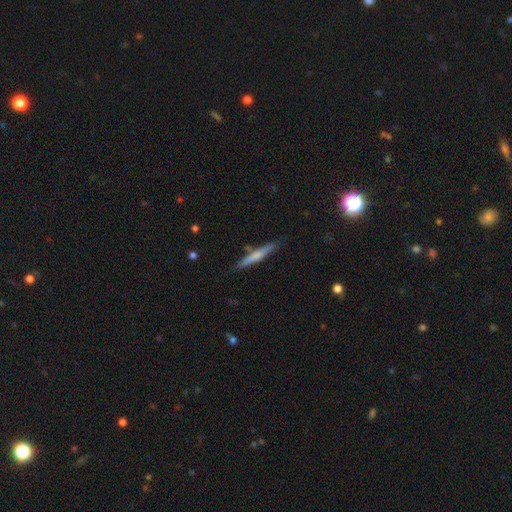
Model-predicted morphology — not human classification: A smooth galaxy with no disk features (54%) that is cigar-shaped (94%).

Vote fractions:
- Smooth or featured? smooth: 54% / featured or disk: 40% / star or artifact: 5%
- How rounded? cigar-shaped: 94% / in between: 4% / round: 1%
- Merging? none: 83% / minor disturbance: 11% / merger: 4% / major disturbance: 2%